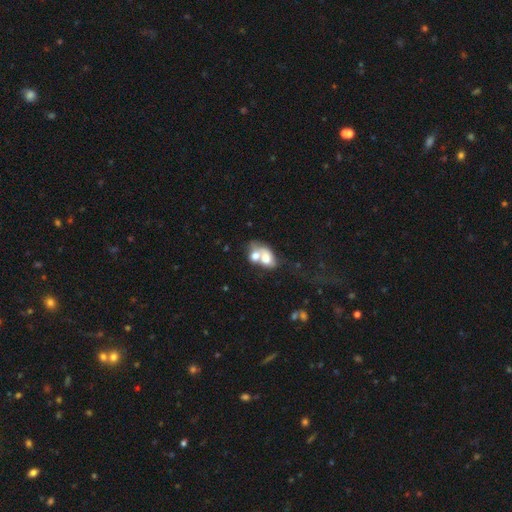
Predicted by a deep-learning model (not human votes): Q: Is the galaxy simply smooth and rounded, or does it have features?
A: smooth — 59%.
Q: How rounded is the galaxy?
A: in between — 73%.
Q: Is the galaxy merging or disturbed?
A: merger — 73%.